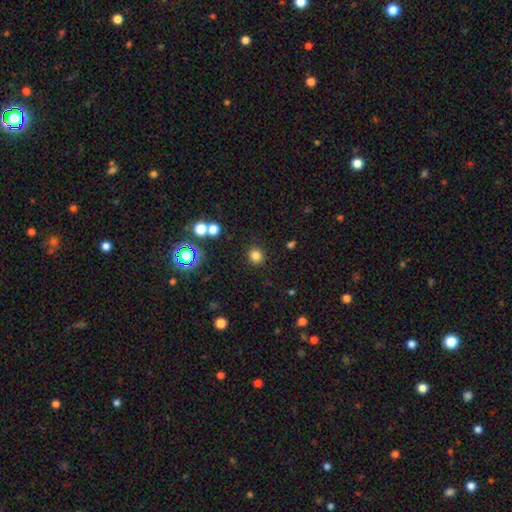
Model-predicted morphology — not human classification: A smooth galaxy with no disk features (80%) that is round (86%). Merging: none (89%).